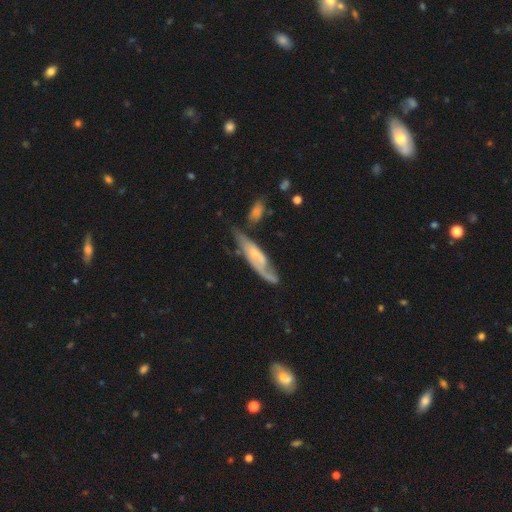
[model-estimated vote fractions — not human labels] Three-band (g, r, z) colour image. It shows a featured or disk galaxy (70%) with no bar (58%), spiral arms (82%) and a small central bulge (60%). Merging: none (48%).